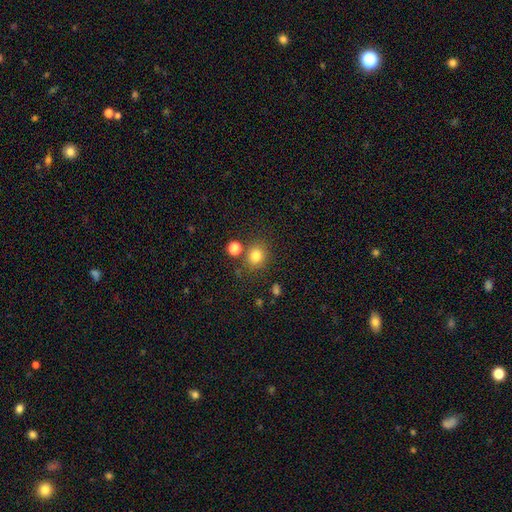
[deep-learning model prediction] Smooth or featured?
  - smooth: 80% *
  - star or artifact: 14%
  - featured or disk: 6%
How rounded?
  - round: 79% *
  - in between: 20%
  - cigar-shaped: 1%
Merging?
  - none: 77% *
  - minor disturbance: 10%
  - merger: 9%
  - major disturbance: 4%